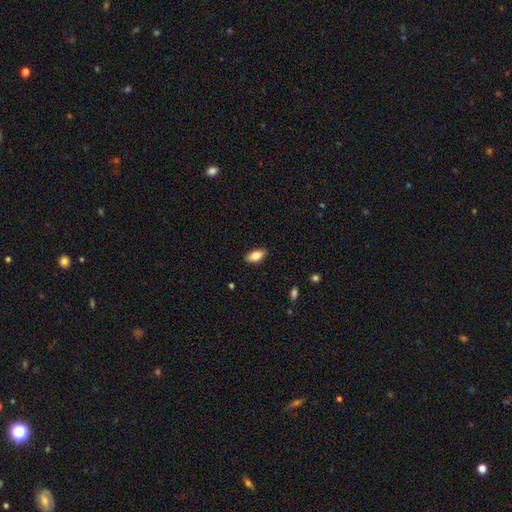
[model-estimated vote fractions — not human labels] Smooth or featured? Predicted: smooth (p=0.79). How rounded? Predicted: in between (p=0.89). Merging? Predicted: none (p=0.88).